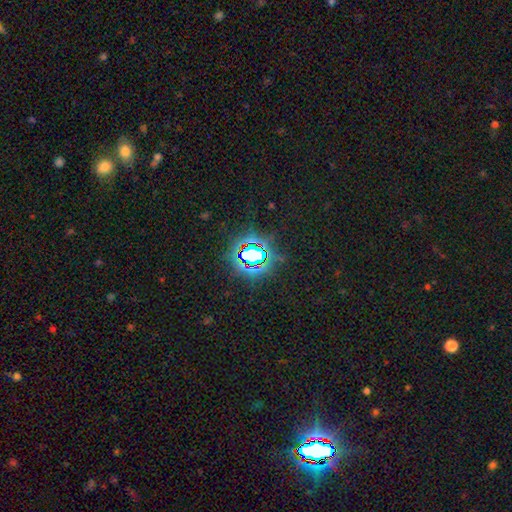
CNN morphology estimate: smooth_or_featured: star or artifact (p=0.77) [alt: smooth p=0.14]